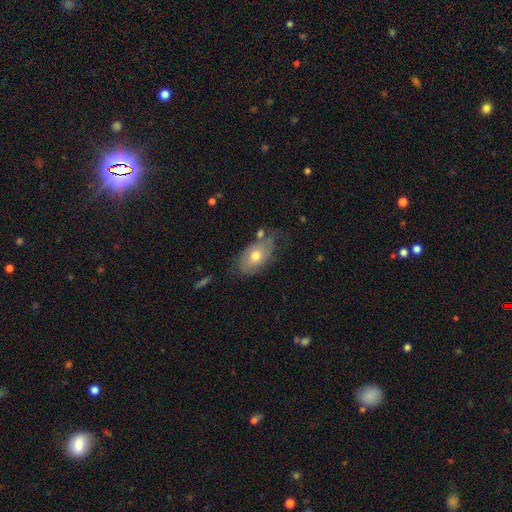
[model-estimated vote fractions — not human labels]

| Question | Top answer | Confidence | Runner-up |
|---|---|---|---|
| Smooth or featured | smooth | 60% | featured or disk (31%) |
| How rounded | in between | 89% | round (9%) |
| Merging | none | 57% | minor disturbance (27%) |